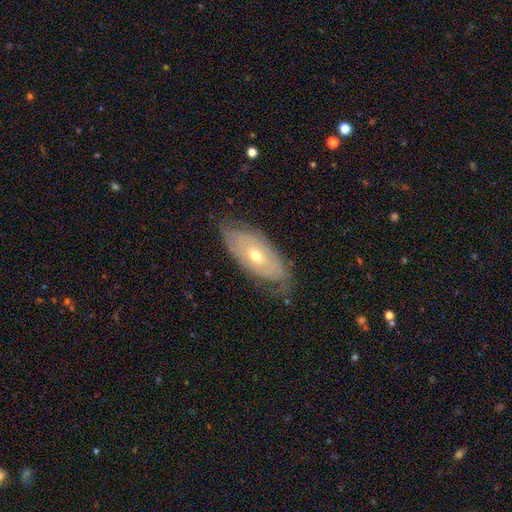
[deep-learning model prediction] A featured or disk galaxy (69%) with no bar (77%), spiral arms (69%) and a moderate central bulge (55%).

Vote fractions:
- Smooth or featured? featured or disk: 69% / smooth: 24% / star or artifact: 7%
- Edge-on disk? no: 85% / yes: 15%
- Bar? no: 77% / weak: 18% / strong: 5%
- Spiral arms? yes: 69% / no: 31%
- Bulge size? moderate: 55% / small: 41% / large: 2% / none: 1% / dominant: 1%
- Merging? none: 70% / minor disturbance: 22% / major disturbance: 7% / merger: 1%